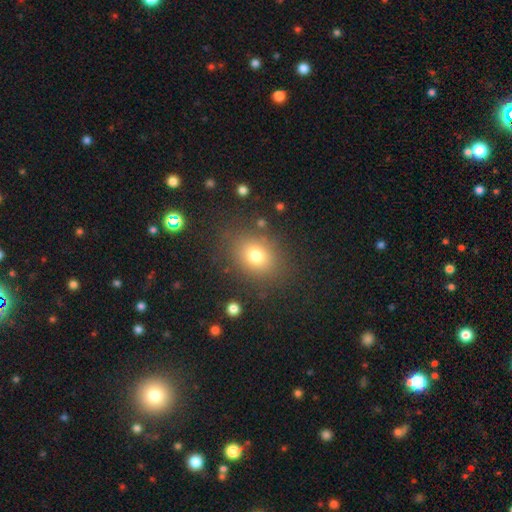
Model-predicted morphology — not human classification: This appears to be a smooth galaxy with no disk features (76%) that is round (50%). Merging: none (81%).